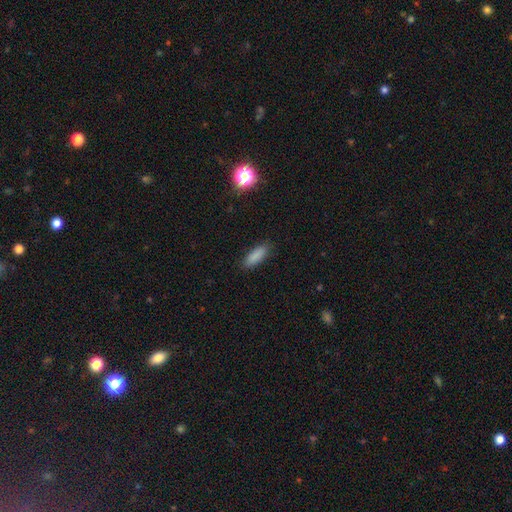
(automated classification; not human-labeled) A smooth galaxy with no disk features (87%) that is in between round and cigar-shaped (59%). Merging: none (87%).